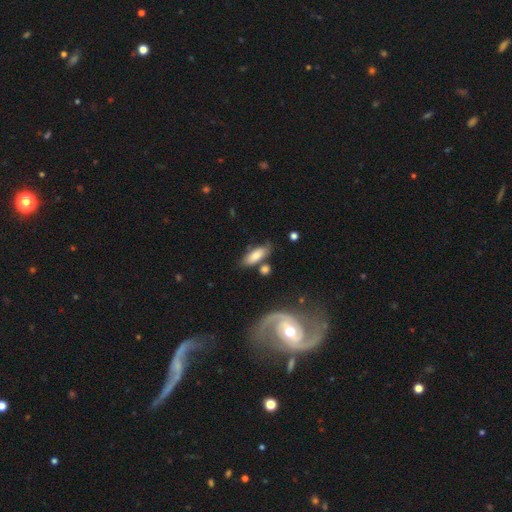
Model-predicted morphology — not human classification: smooth 73%, featured or disk 20%, star or artifact 7%. Down the decision tree: how rounded — in between (76%); merging — none (65%).